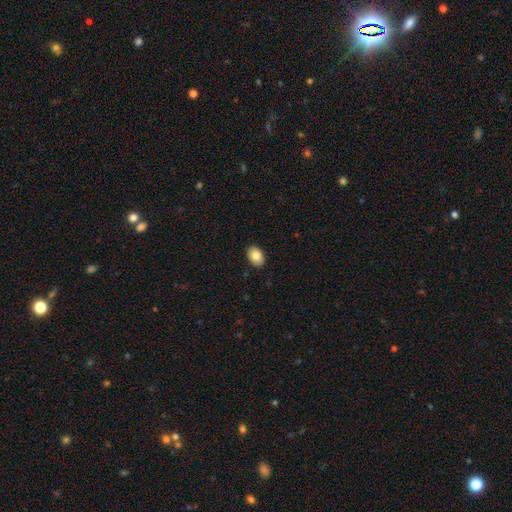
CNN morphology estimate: smooth_or_featured: smooth (p=0.83) [alt: featured or disk p=0.09]
how_rounded: in between (p=0.80) [alt: round p=0.19]
merging: none (p=0.90) [alt: minor disturbance p=0.08]